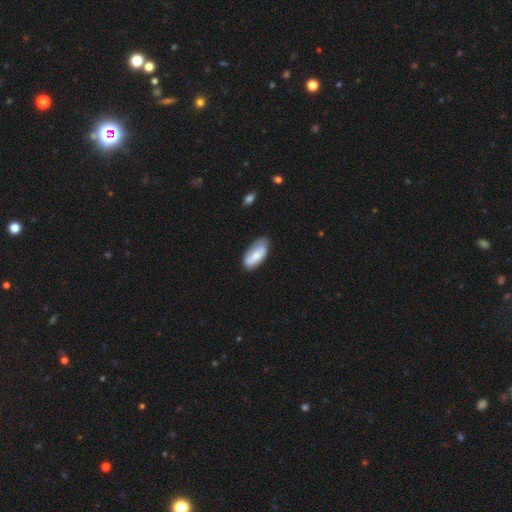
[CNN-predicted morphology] Smooth or featured? Predicted: smooth (p=0.62). How rounded? Predicted: in between (p=0.90). Merging? Predicted: none (p=0.69).